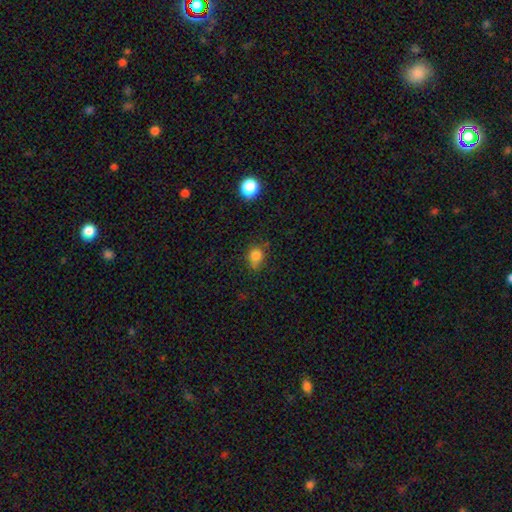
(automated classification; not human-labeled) Overall: smooth (81%). How rounded: round (65%; in between 34%). Merging: none (61%; minor disturbance 27%).